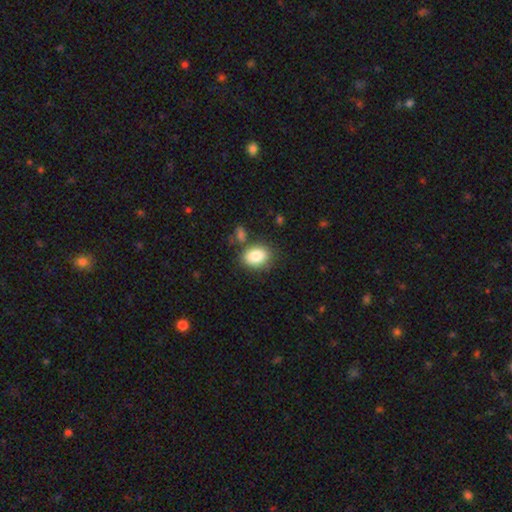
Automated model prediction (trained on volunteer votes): A smooth galaxy with no disk features (86%) that is in between round and cigar-shaped (76%). Merging: none (71%).